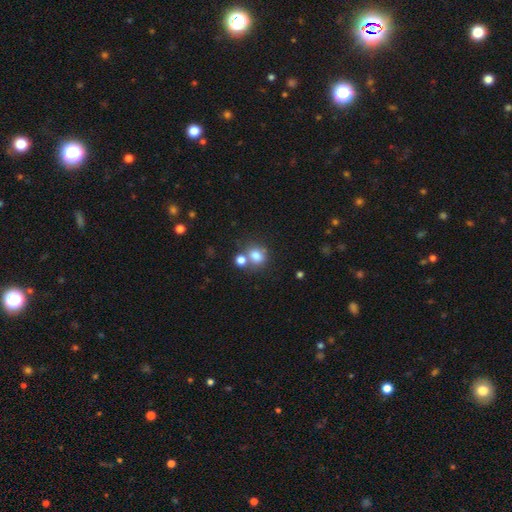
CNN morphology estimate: Q: Smooth or featured?
A: smooth (79%); runner-up: star or artifact (12%)
Q: How rounded?
A: round (69%); runner-up: in between (30%)
Q: Merging?
A: none (53%); runner-up: merger (31%)